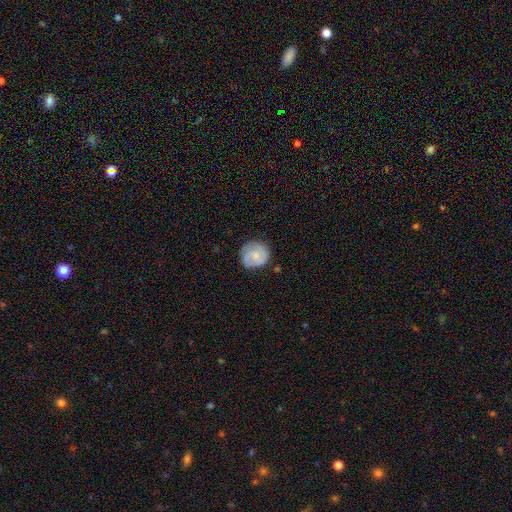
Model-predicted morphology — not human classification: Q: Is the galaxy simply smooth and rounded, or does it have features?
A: smooth — 49%.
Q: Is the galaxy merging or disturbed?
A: none — 73%.